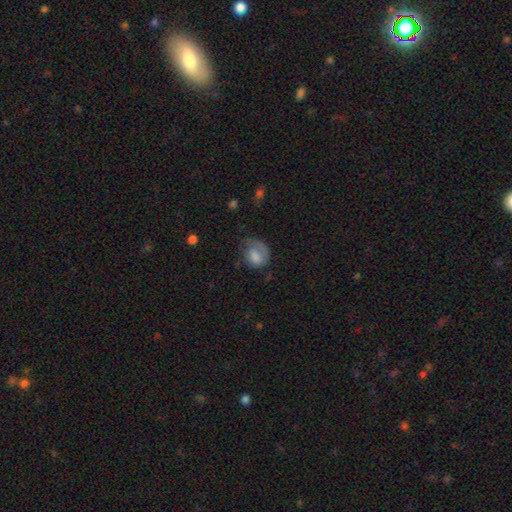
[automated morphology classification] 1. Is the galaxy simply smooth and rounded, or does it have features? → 69% smooth, 23% featured or disk, 8% star or artifact.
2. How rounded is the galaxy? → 53% round, 46% in between, 1% cigar-shaped.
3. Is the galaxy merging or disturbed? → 41% none, 28% minor disturbance, 28% major disturbance, 2% merger.